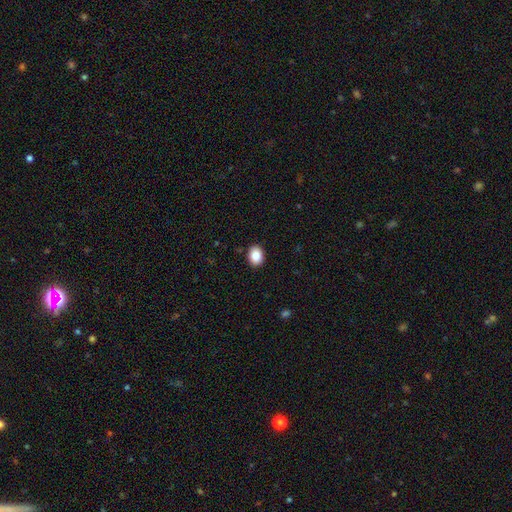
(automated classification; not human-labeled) Smooth or featured? smooth (86%)
How rounded? in between (63%)
Merging? none (90%)